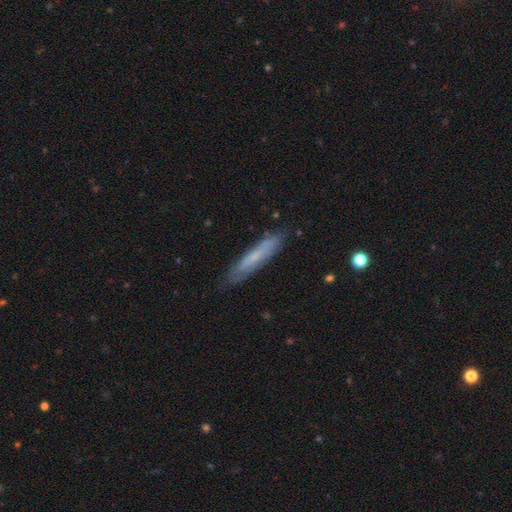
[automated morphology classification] This appears to be a smooth galaxy with no disk features (57%) that is cigar-shaped (90%). Merging: none (82%).